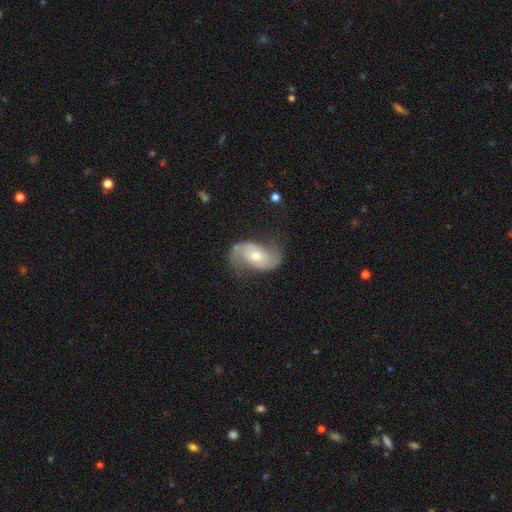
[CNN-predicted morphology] Smooth or featured?
  - featured or disk: 80% *
  - smooth: 14%
  - star or artifact: 6%
Edge-on disk?
  - no: 96% *
  - yes: 4%
Bar?
  - no: 61% *
  - weak: 29%
  - strong: 10%
Spiral arms?
  - yes: 93% *
  - no: 7%
Spiral winding?
  - loose: 52% *
  - medium: 35%
  - tight: 13%
Spiral arm count?
  - 2: 91% *
  - can't tell: 4%
  - 1: 2%
  - 3: 1%
  - 4: 1%
  - more than 4: 1%
Bulge size?
  - moderate: 55% *
  - small: 38%
  - large: 4%
  - none: 1%
  - dominant: 1%
Merging?
  - none: 67% *
  - minor disturbance: 20%
  - major disturbance: 11%
  - merger: 2%